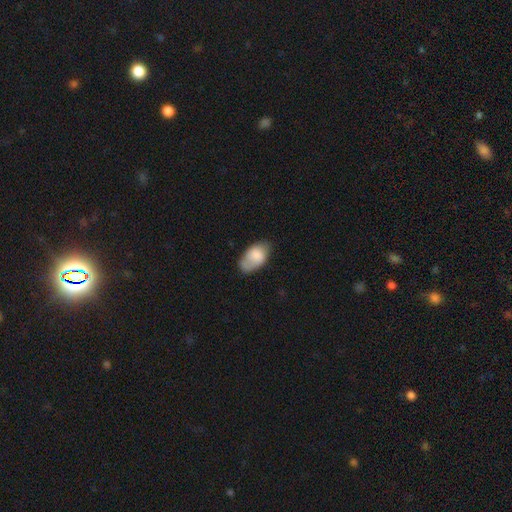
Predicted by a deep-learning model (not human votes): Overall: smooth (81%). How rounded: in between (93%). Merging: none (56%; minor disturbance 31%).